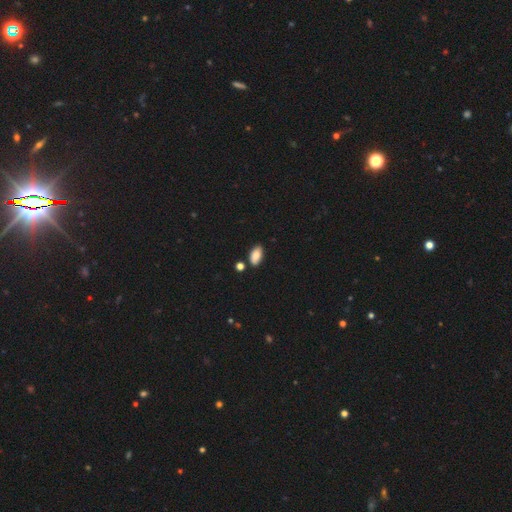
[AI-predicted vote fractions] The model was most divided on "merging": none: 78%, minor disturbance: 13%, merger: 6%, major disturbance: 3%. More confident: how rounded — in between (93%); smooth or featured — smooth (86%).